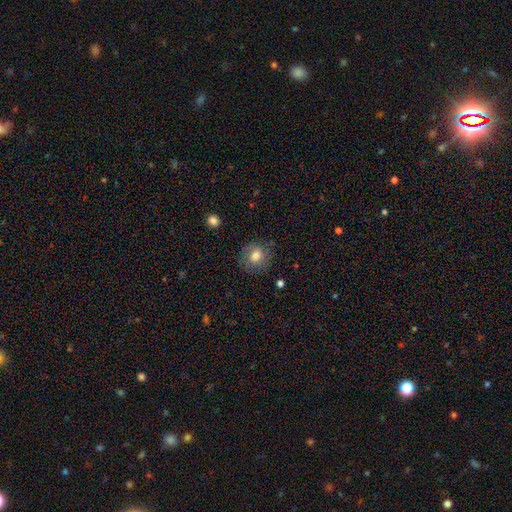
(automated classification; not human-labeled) Q: Smooth or featured?
A: smooth (76%); runner-up: featured or disk (14%)
Q: How rounded?
A: round (80%); runner-up: in between (19%)
Q: Merging?
A: none (81%); runner-up: minor disturbance (13%)